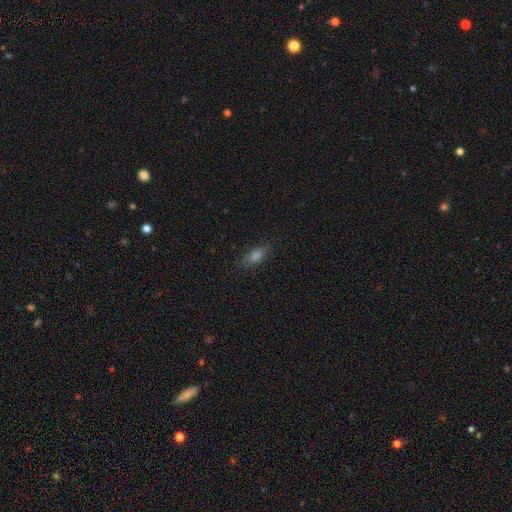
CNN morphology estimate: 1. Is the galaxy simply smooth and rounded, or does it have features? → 73% smooth, 16% star or artifact, 11% featured or disk.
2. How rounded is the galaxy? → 72% in between, 22% cigar-shaped, 6% round.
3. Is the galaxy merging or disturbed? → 84% none, 12% minor disturbance, 3% major disturbance, 1% merger.